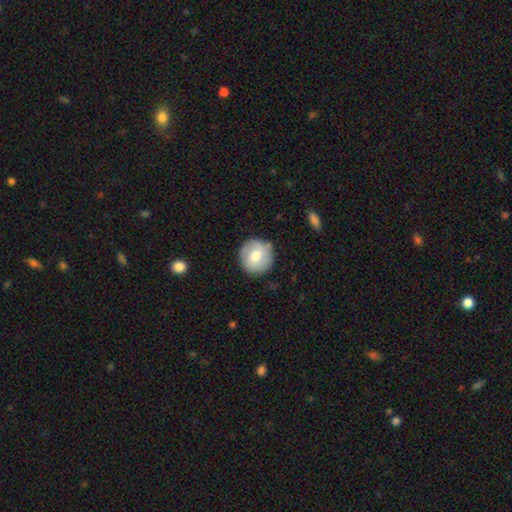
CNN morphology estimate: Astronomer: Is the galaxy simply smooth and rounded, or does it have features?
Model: smooth — 65%.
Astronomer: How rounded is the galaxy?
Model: round — 92%.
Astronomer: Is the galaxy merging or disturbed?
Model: none — 80%.